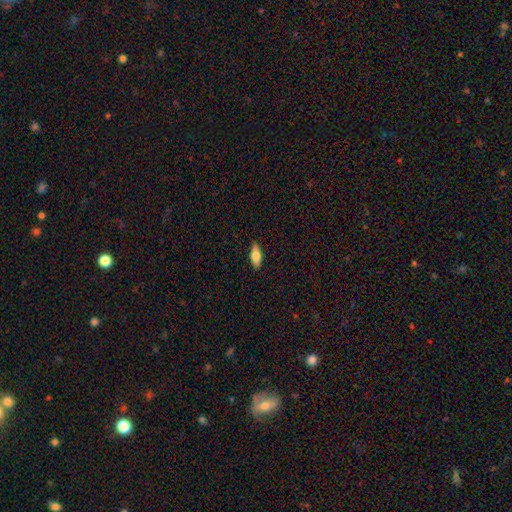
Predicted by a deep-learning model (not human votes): Q: Smooth or featured?
A: smooth (72%); runner-up: featured or disk (22%)
Q: How rounded?
A: in between (73%); runner-up: cigar-shaped (24%)
Q: Merging?
A: none (88%); runner-up: minor disturbance (9%)